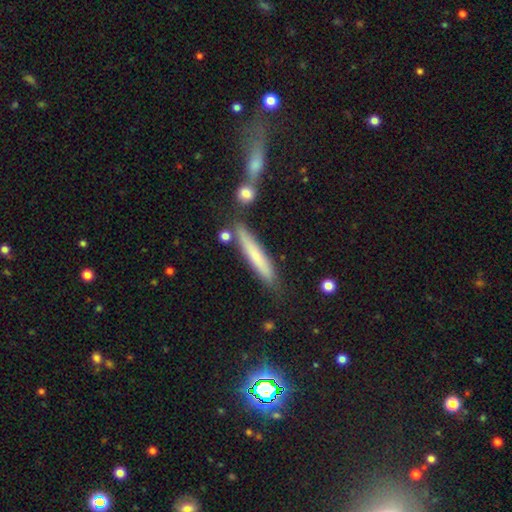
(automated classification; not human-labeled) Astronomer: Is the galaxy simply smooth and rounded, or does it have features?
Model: smooth — 63%.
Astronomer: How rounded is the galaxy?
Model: cigar-shaped — 92%.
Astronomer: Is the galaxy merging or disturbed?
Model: none — 75%.